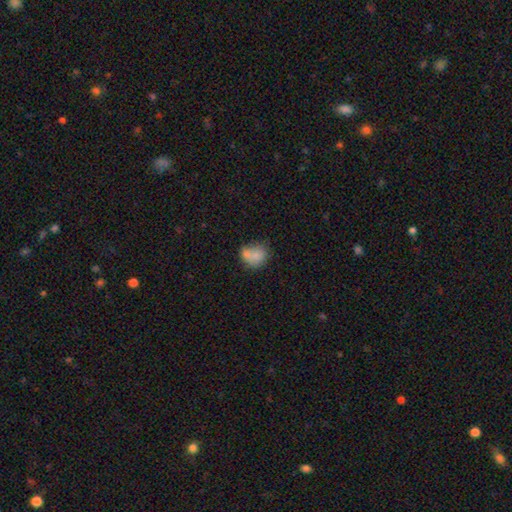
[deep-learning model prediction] This appears to be a smooth galaxy with no disk features (77%) that is round (65%). Merging: none (41%).